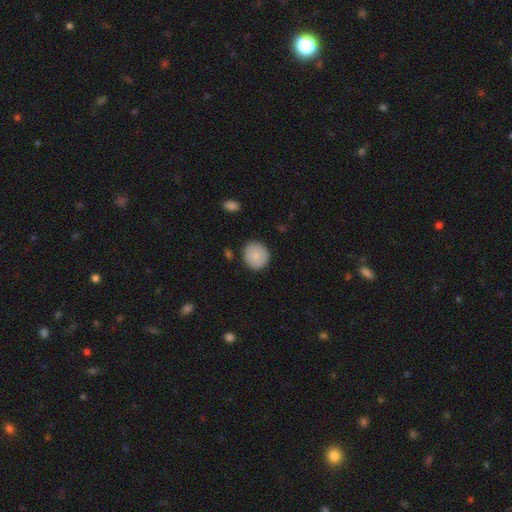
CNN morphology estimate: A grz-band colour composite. It shows a smooth galaxy with no disk features (86%) that is round (85%). Merging: none (86%).